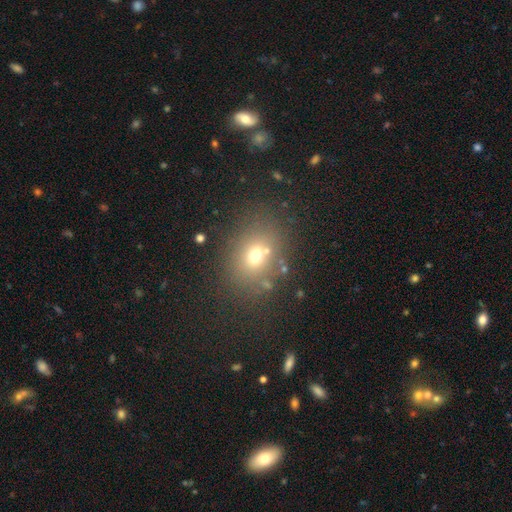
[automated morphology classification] Smooth or featured: smooth — 66% (star or artifact — 19%)
How rounded: round — 51% (in between — 48%)
Merging: none — 73% (minor disturbance — 12%)